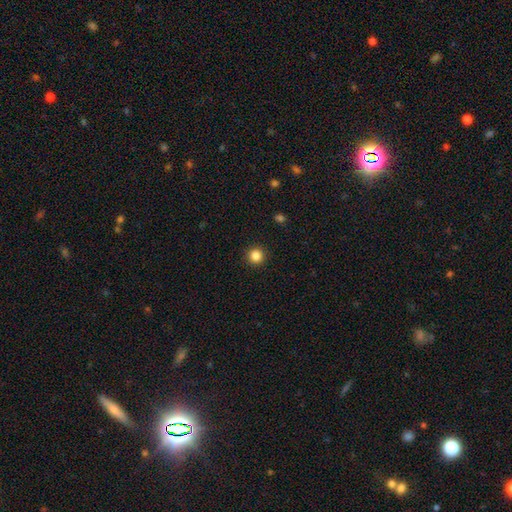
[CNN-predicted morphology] This appears to be a smooth galaxy with no disk features (85%) that is round (95%). Merging: none (92%).